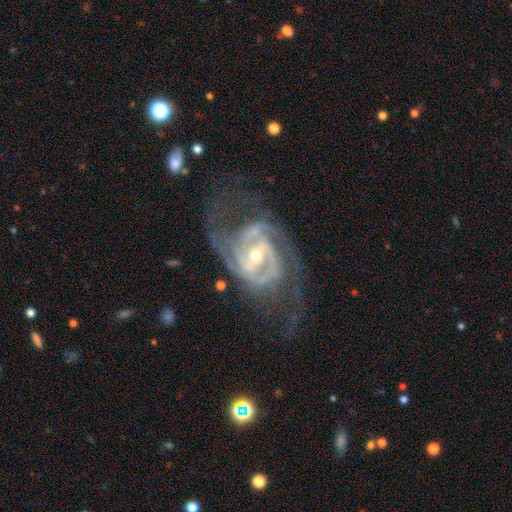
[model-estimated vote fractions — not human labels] featured or disk 92%, star or artifact 5%, smooth 3%. Down the decision tree: edge-on disk — no (97%); bar — weak (41%); spiral arms — yes (98%); spiral arm count — 2 (48%); spiral winding — medium (47%); bulge size — small (55%); merging — none (53%).